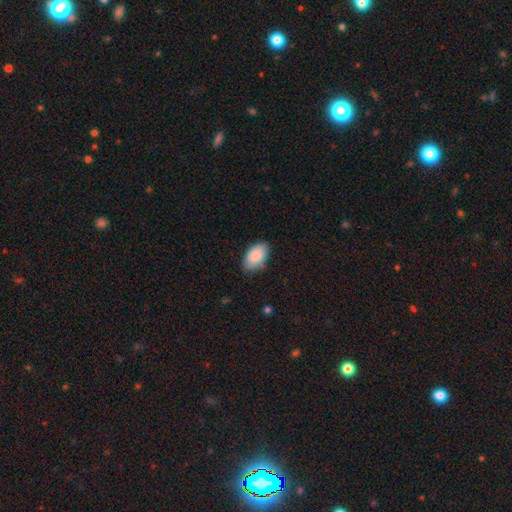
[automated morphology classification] This is clearly a smooth galaxy (88%). How rounded: clearly in between (94%). Merging: likely none (78%).